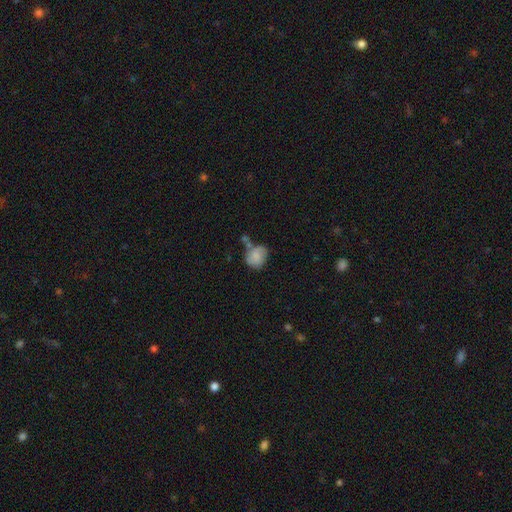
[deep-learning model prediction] A smooth galaxy with no disk features (75%) that is round (56%). Merging: none (40%).